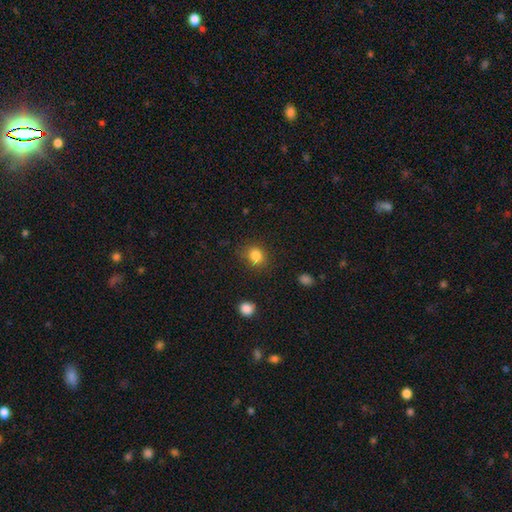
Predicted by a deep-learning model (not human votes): Smooth or featured? smooth (84%)
How rounded? round (69%)
Merging? none (81%)